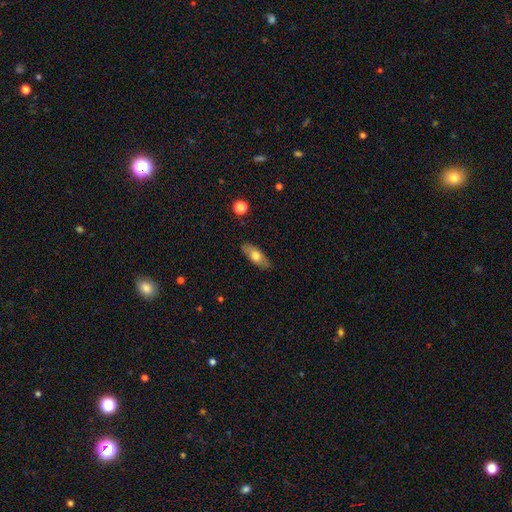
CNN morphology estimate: This is likely a smooth galaxy (63%). How rounded: likely in between (78%). Merging: clearly none (85%).